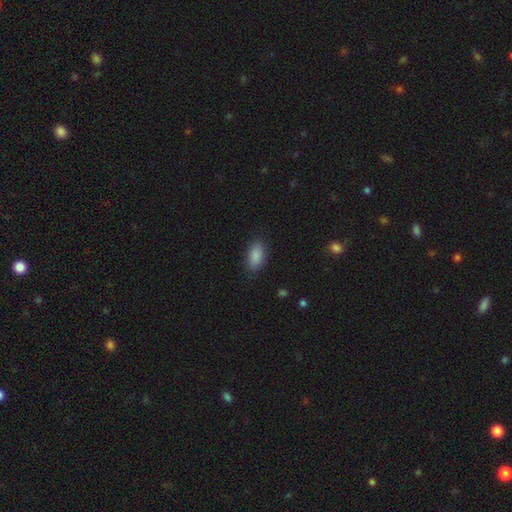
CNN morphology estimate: Smooth or featured? Predicted: smooth (p=0.89). How rounded? Predicted: in between (p=0.91). Merging? Predicted: none (p=0.86).